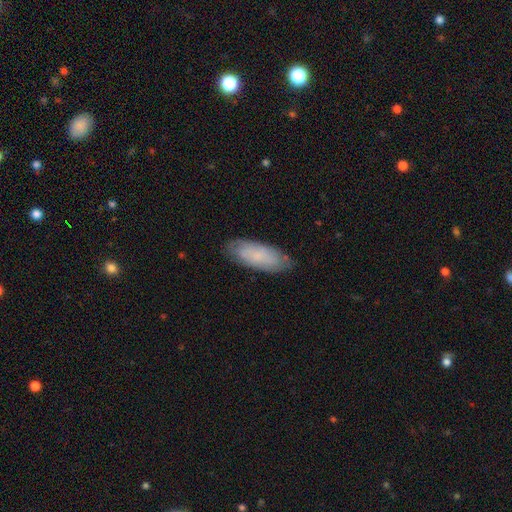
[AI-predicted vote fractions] Morphology: type=smooth (66%); roundness=in between (75%); merging=none (81%).